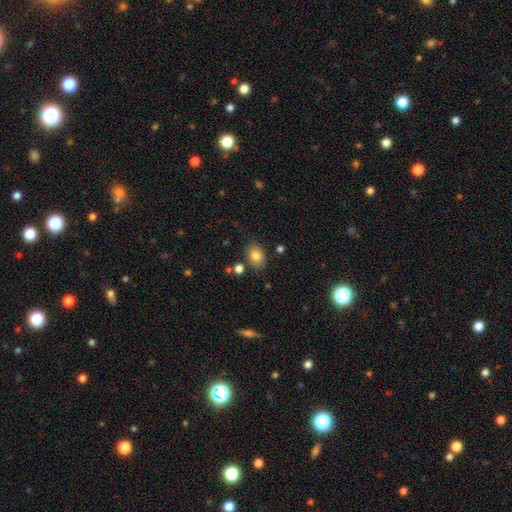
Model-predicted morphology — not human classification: This appears to be a smooth galaxy with no disk features (82%) that is in between round and cigar-shaped (71%). Merging: none (79%).